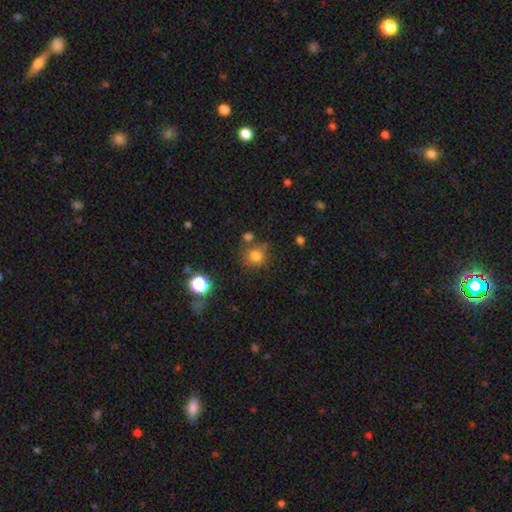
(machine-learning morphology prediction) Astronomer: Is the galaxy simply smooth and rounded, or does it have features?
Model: smooth — 77%.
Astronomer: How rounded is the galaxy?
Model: round — 88%.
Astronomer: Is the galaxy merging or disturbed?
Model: none — 69%.